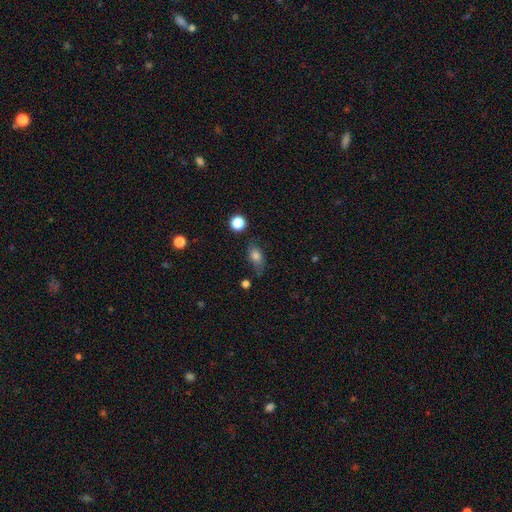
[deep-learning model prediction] Smooth or featured? smooth (78%)
How rounded? in between (78%)
Merging? none (61%)